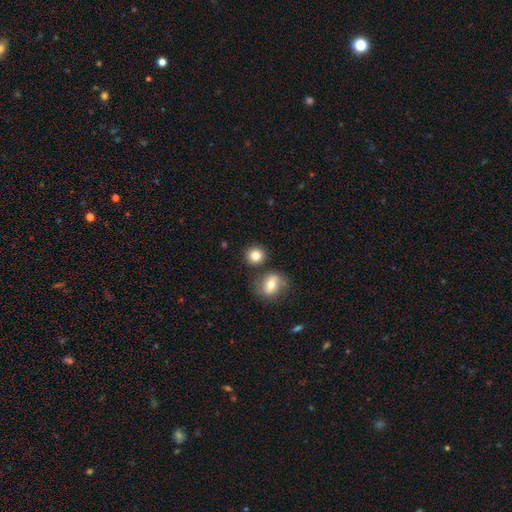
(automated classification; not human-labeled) Morphology: type=smooth (83%); roundness=round (86%); merging=none (77%).